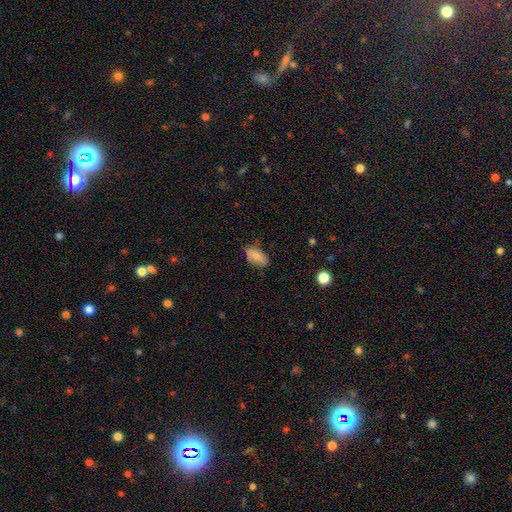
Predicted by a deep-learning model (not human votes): Smooth or featured: smooth — 78% (featured or disk — 15%)
How rounded: in between — 91% (round — 5%)
Merging: none — 64% (minor disturbance — 27%)